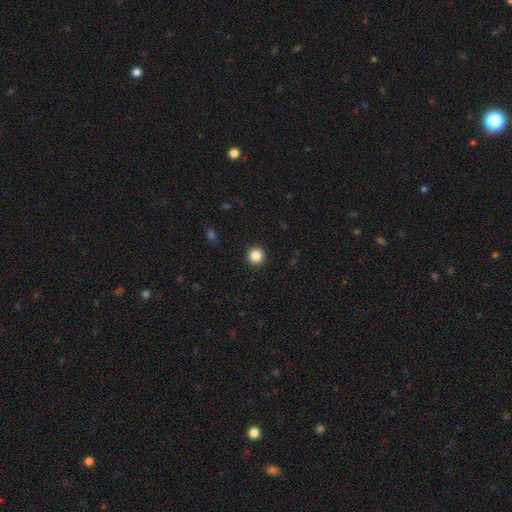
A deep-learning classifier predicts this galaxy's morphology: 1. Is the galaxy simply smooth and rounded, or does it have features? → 86% smooth, 11% star or artifact, 4% featured or disk.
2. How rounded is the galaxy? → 95% round, 4% in between, 1% cigar-shaped.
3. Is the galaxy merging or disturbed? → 93% none, 4% minor disturbance, 2% major disturbance, 1% merger.